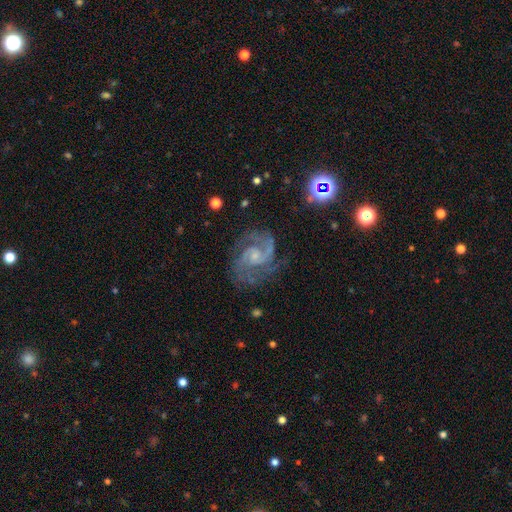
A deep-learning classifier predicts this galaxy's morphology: Smooth or featured? featured or disk (90%)
Edge-on disk? no (98%)
Bar? no (50%)
Spiral arms? yes (98%)
Spiral winding? medium (57%)
Spiral arm count? 2 (77%)
Bulge size? small (64%)
Merging? none (74%)